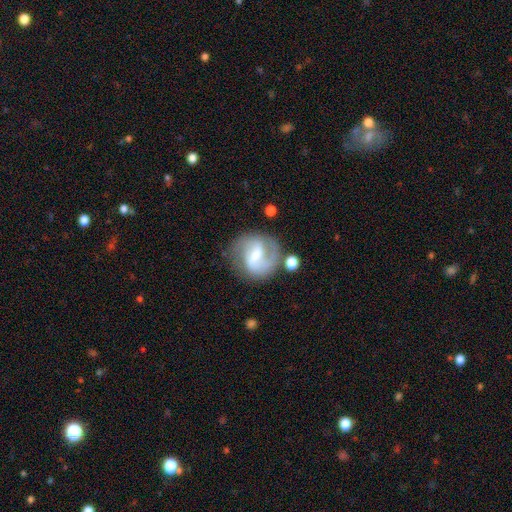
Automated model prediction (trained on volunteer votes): This appears to be a featured or disk galaxy (72%) with a weak bar (44%), 2 (73%) medium (46%) spiral arms (86%) and a moderate central bulge (44%). Merging: none (64%).